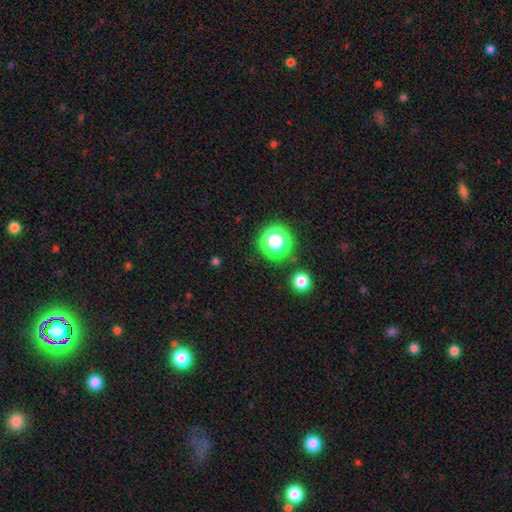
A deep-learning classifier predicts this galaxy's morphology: The model was most divided on "smooth or featured": star or artifact: 59%, smooth: 34%, featured or disk: 6%.